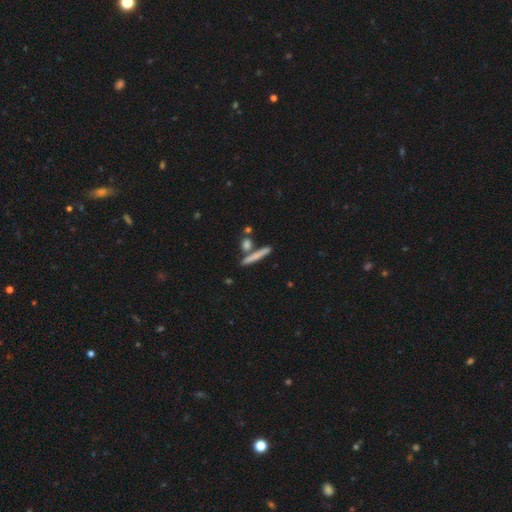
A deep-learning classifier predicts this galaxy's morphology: smooth 68%, featured or disk 25%, star or artifact 7%. Down the decision tree: how rounded — cigar-shaped (87%); merging — none (74%).